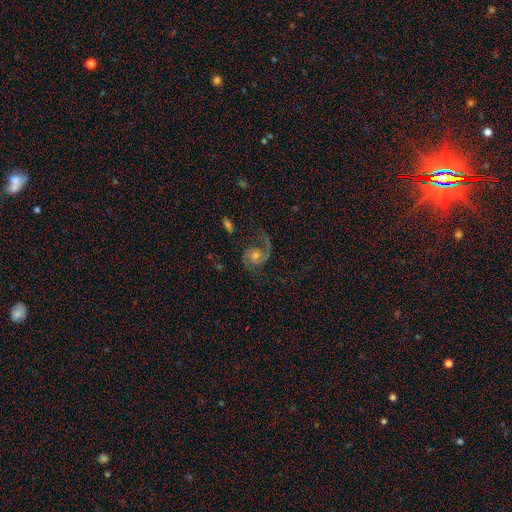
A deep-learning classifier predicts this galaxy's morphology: Smooth or featured? Predicted: featured or disk (p=0.86). Edge-on disk? Predicted: no (p=0.98). Bar? Predicted: no (p=0.70). Spiral arms? Predicted: yes (p=0.97). Spiral winding? Predicted: medium (p=0.52). Spiral arm count? Predicted: 2 (p=0.81). Bulge size? Predicted: moderate (p=0.54). Merging? Predicted: none (p=0.68).